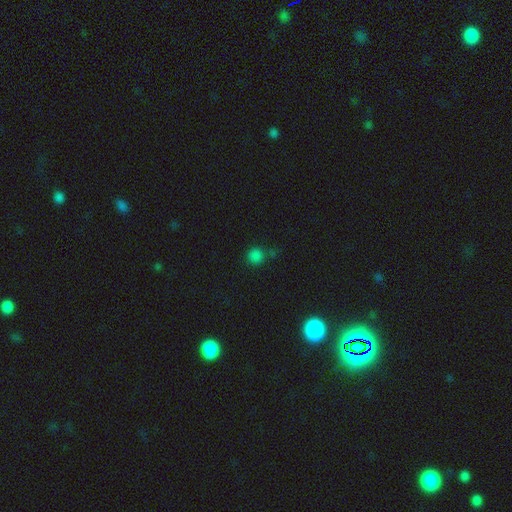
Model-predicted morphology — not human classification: Smooth or featured? Predicted: smooth (p=0.77). How rounded? Predicted: round (p=0.93). Merging? Predicted: none (p=0.74).